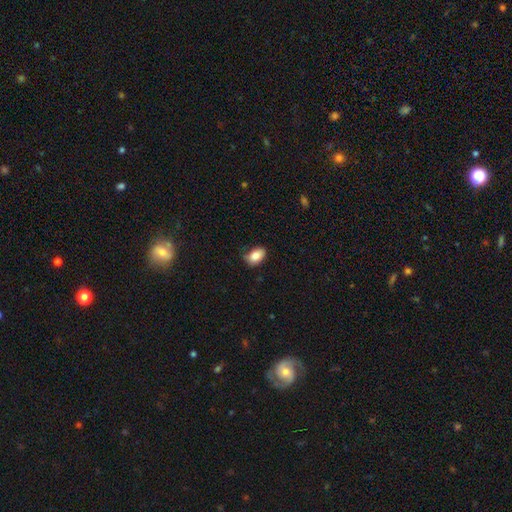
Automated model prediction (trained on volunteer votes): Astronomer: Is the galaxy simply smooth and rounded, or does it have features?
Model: smooth — 85%.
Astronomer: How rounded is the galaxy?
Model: in between — 87%.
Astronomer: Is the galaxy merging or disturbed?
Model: none — 67%.